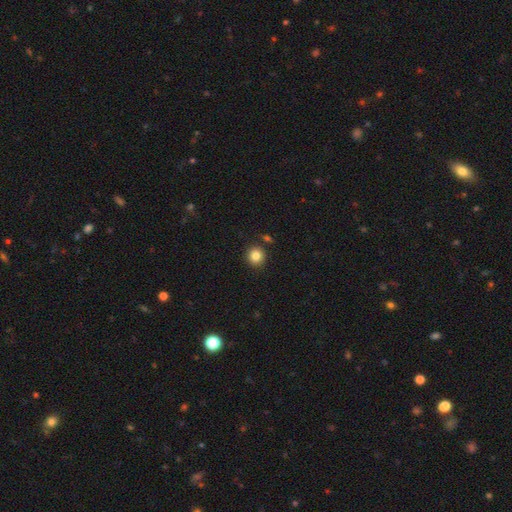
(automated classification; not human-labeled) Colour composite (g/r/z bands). It shows a smooth galaxy with no disk features (84%) that is round (93%). Merging: none (87%).